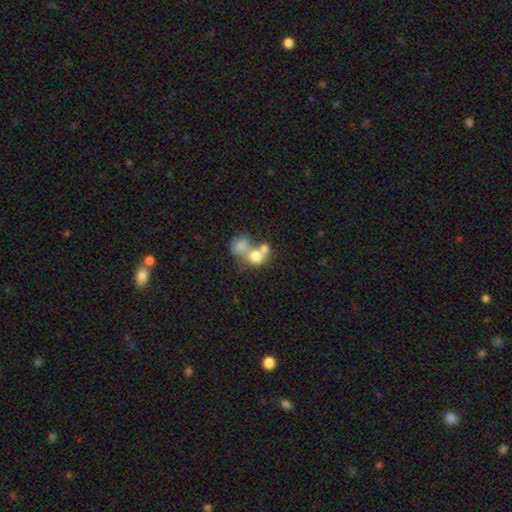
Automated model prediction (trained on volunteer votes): Smooth or featured: smooth — 69% (featured or disk — 20%)
How rounded: round — 64% (in between — 35%)
Merging: merger — 64% (none — 23%)